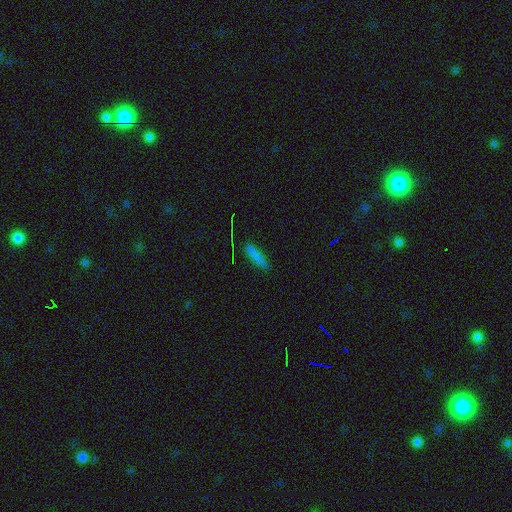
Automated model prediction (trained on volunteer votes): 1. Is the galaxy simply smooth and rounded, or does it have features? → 79% smooth, 12% star or artifact, 9% featured or disk.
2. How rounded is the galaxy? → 78% cigar-shaped, 20% in between, 2% round.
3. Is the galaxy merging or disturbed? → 85% none, 11% minor disturbance, 2% major disturbance, 2% merger.